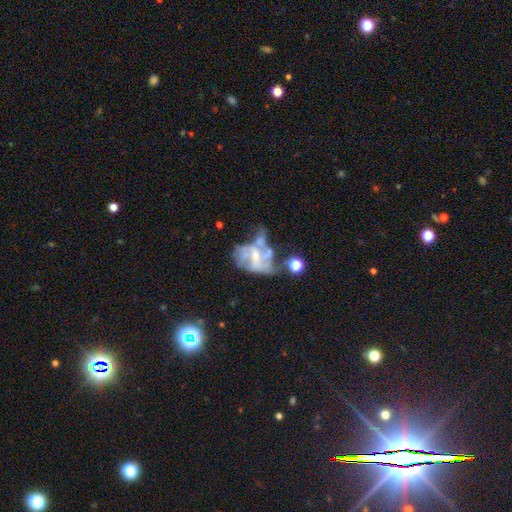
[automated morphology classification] smooth_or_featured: featured or disk (p=0.74) [alt: smooth p=0.15]
disk_edge_on: no (p=0.97) [alt: yes p=0.03]
bar: no (p=0.55) [alt: weak p=0.34]
has_spiral_arms: yes (p=0.65) [alt: no p=0.35]
bulge_size: small (p=0.58) [alt: moderate p=0.32]
merging: major disturbance (p=0.35) [alt: none p=0.24]